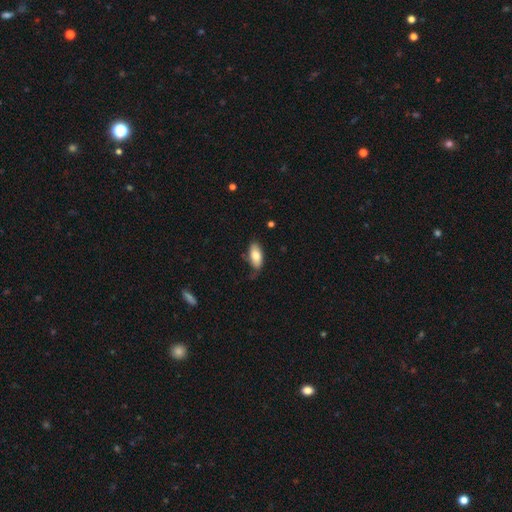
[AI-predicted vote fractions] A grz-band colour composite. It shows a smooth galaxy with no disk features (79%) that is in between round and cigar-shaped (89%). Merging: none (63%).